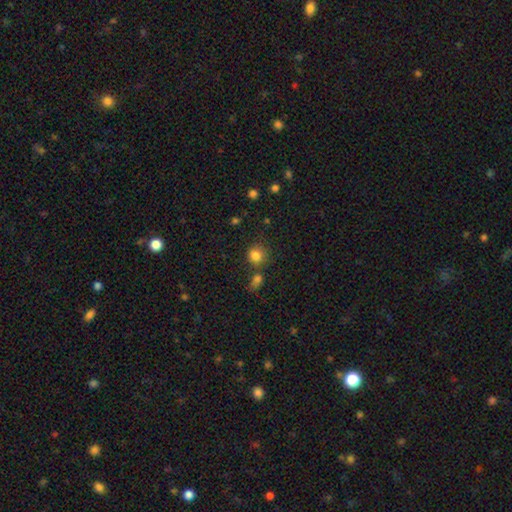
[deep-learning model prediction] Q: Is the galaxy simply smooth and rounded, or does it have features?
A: smooth — 82%.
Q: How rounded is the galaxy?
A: round — 83%.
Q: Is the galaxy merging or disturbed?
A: none — 64%.